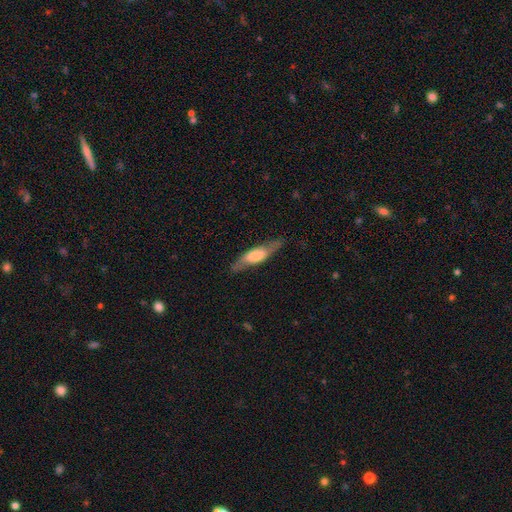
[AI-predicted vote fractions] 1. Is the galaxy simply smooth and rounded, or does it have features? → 47% featured or disk (tied), 47% smooth (tied), 6% star or artifact.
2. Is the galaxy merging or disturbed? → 78% none, 16% minor disturbance, 5% major disturbance, 1% merger.